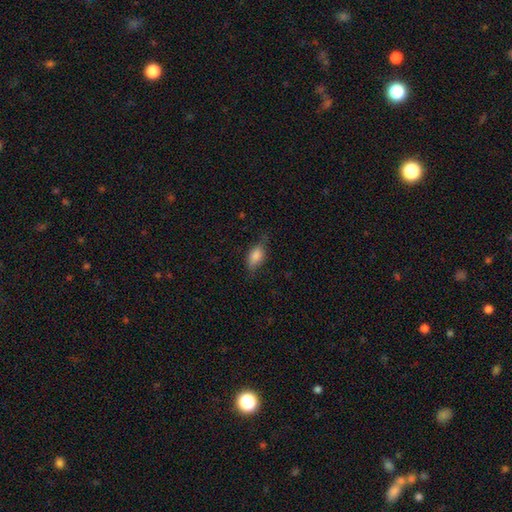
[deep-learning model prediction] smooth 80%, featured or disk 12%, star or artifact 8%. Down the decision tree: how rounded — in between (87%); merging — none (62%).